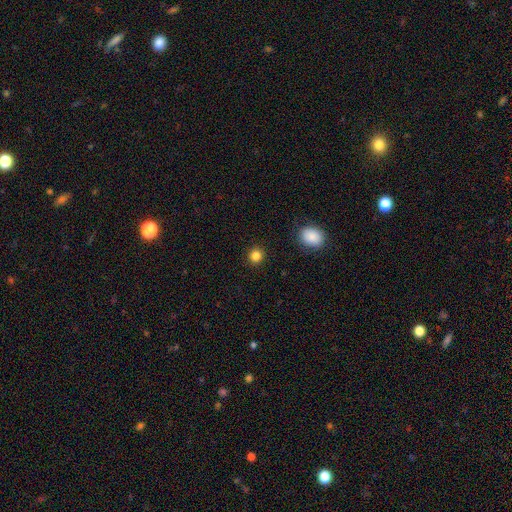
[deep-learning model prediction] A smooth galaxy with no disk features (84%) that is round (89%). Merging: none (91%).